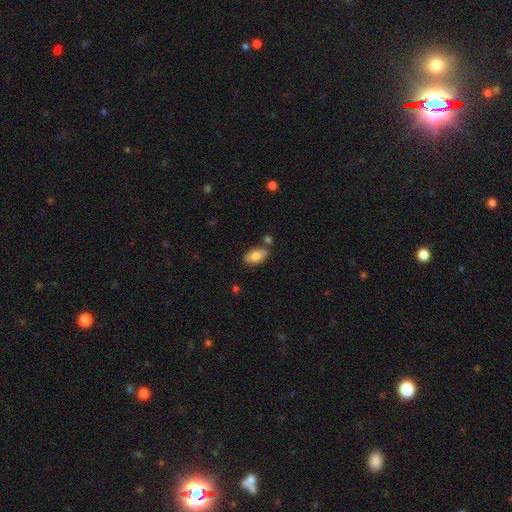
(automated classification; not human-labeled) A smooth galaxy with no disk features (84%) that is in between round and cigar-shaped (93%).

Vote fractions:
- Smooth or featured? smooth: 84% / featured or disk: 10% / star or artifact: 7%
- How rounded? in between: 93% / cigar-shaped: 3% / round: 3%
- Merging? none: 71% / minor disturbance: 16% / merger: 10% / major disturbance: 3%